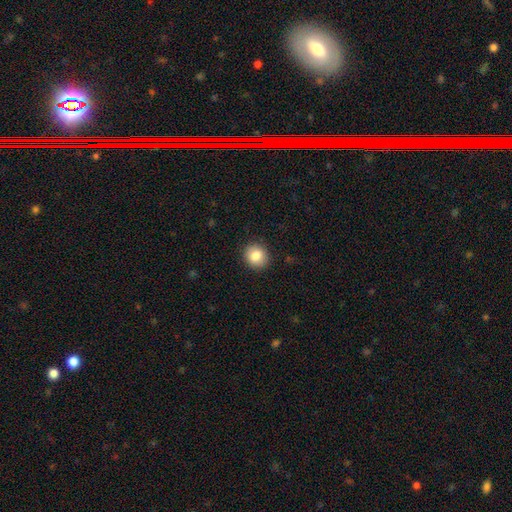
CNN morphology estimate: smooth_or_featured: smooth (p=0.85) [alt: star or artifact p=0.09]
how_rounded: round (p=0.83) [alt: in between p=0.16]
merging: none (p=0.90) [alt: minor disturbance p=0.07]